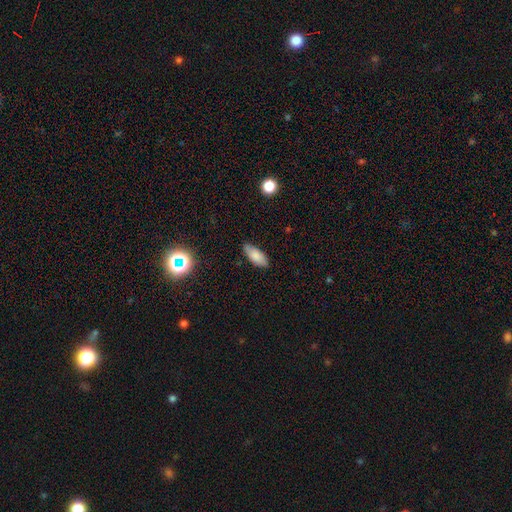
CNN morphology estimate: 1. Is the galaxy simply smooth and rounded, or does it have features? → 82% smooth, 10% featured or disk, 8% star or artifact.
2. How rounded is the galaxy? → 80% in between, 18% cigar-shaped, 2% round.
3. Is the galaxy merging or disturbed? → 84% none, 13% minor disturbance, 2% major disturbance, 1% merger.